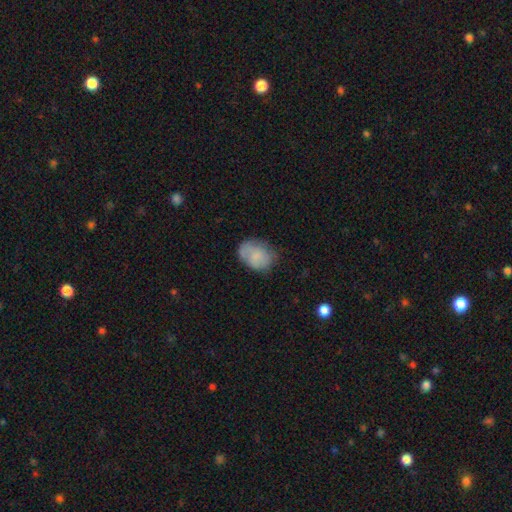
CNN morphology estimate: Smooth or featured? smooth (72%)
How rounded? in between (69%)
Merging? none (57%)